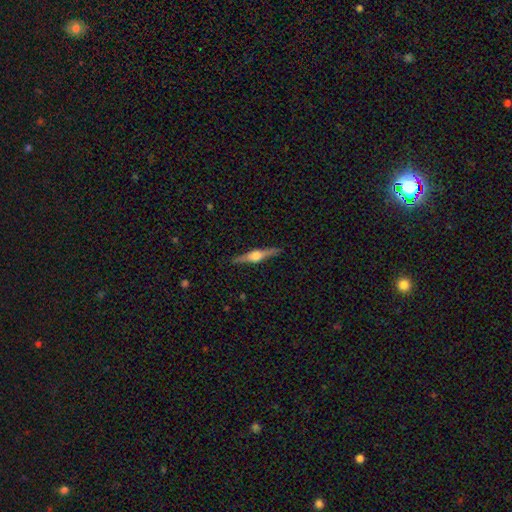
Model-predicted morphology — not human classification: Q: Smooth or featured?
A: featured or disk (77%); runner-up: smooth (17%)
Q: Edge-on disk?
A: yes (98%); runner-up: no (2%)
Q: Edge-on bulge?
A: rounded (93%); runner-up: boxy (5%)
Q: Merging?
A: none (90%); runner-up: minor disturbance (7%)